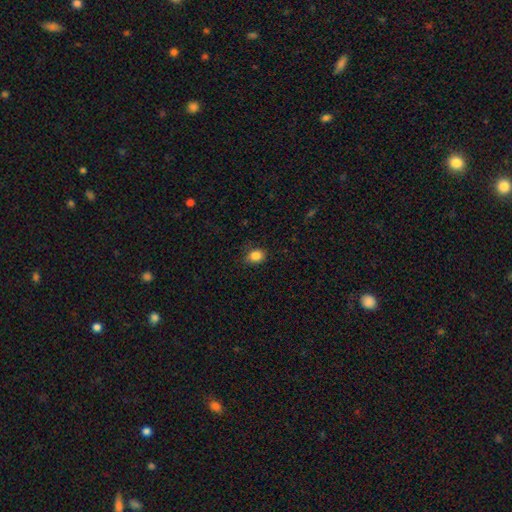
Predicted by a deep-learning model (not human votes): smooth-or-featured: smooth: 85% | star or artifact: 10% | featured or disk: 5%
  how-rounded: round: 51% | in between: 48% | cigar-shaped: 1%
  merging: none: 83% | minor disturbance: 14% | major disturbance: 3% | merger: 1%